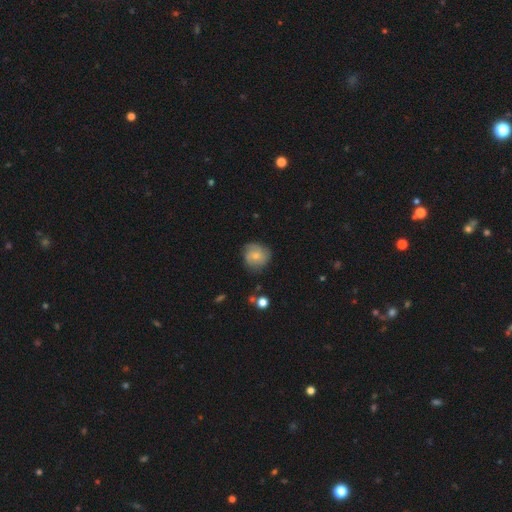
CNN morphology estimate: The model was most divided on "smooth or featured": smooth: 54%, featured or disk: 37%, star or artifact: 8%. More confident: how rounded — round (86%); merging — none (69%).